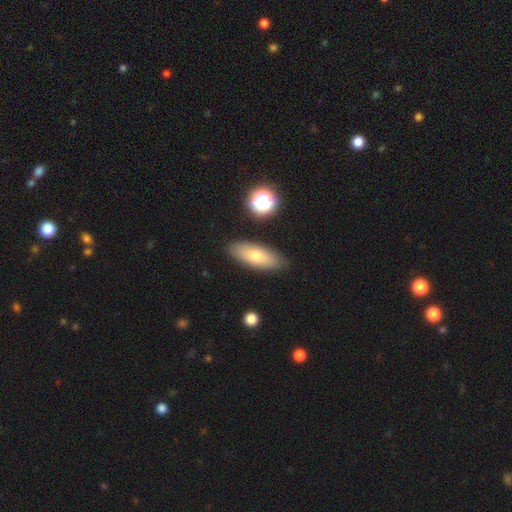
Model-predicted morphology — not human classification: A smooth galaxy with no disk features (71%) that is in between round and cigar-shaped (67%).

Vote fractions:
- Smooth or featured? smooth: 71% / featured or disk: 21% / star or artifact: 8%
- How rounded? in between: 67% / cigar-shaped: 30% / round: 3%
- Merging? none: 87% / minor disturbance: 9% / major disturbance: 2% / merger: 2%